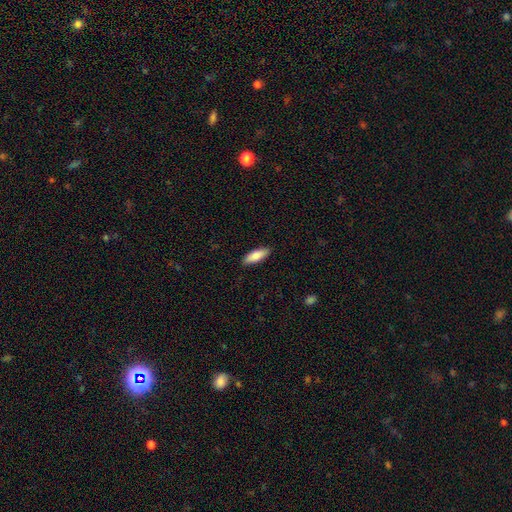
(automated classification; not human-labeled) Smooth or featured? smooth (82%)
How rounded? in between (63%)
Merging? none (88%)